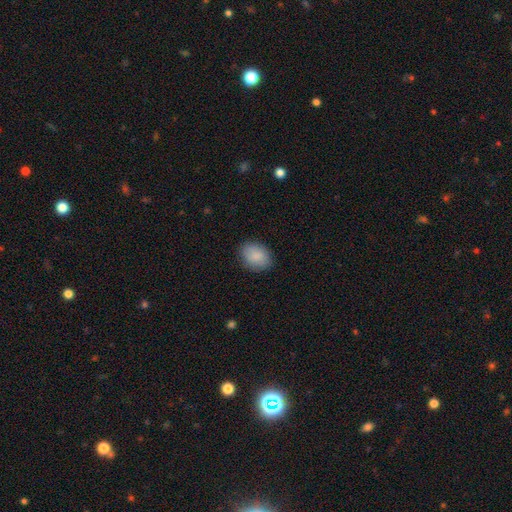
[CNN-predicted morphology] Overall: smooth (88%). How rounded: in between (73%). Merging: none (85%).